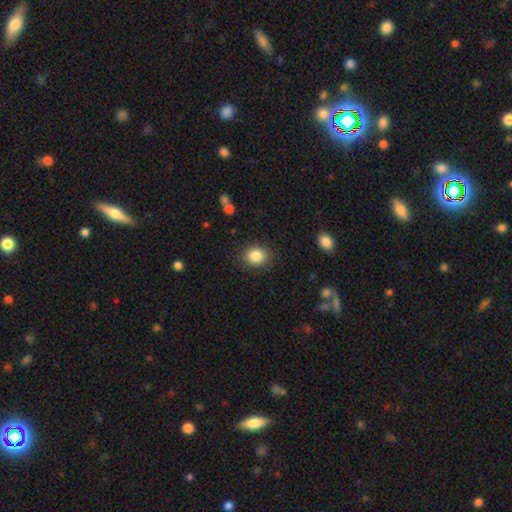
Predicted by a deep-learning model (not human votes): This appears to be a smooth galaxy with no disk features (86%) that is round (70%). Merging: none (87%).